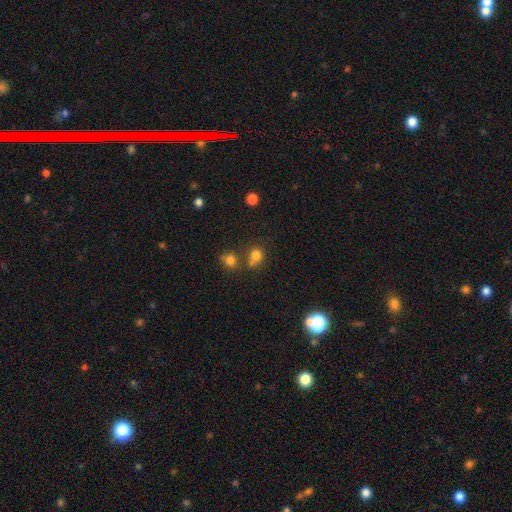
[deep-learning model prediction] This is likely a smooth galaxy (77%). How rounded: clearly round (81%). Merging: possibly none (53%).